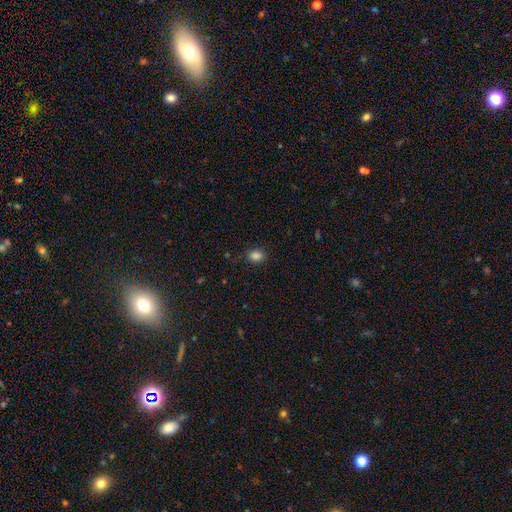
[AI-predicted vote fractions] The model was most divided on "how rounded": in between: 62%, round: 37%, cigar-shaped: 1%. More confident: smooth or featured — smooth (84%); merging — none (80%).